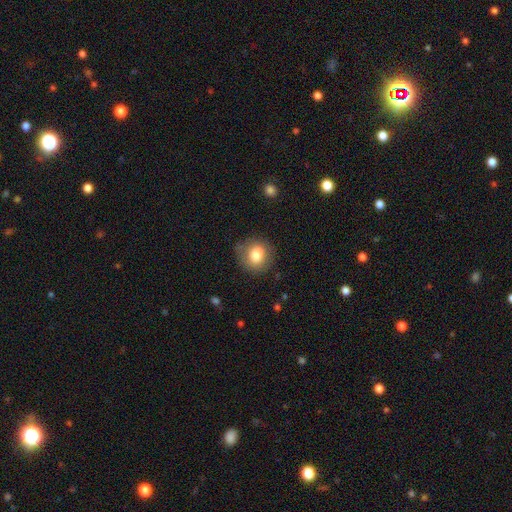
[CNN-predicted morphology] A smooth galaxy with no disk features (77%) that is round (73%).

Vote fractions:
- Smooth or featured? smooth: 77% / featured or disk: 13% / star or artifact: 9%
- How rounded? round: 73% / in between: 26% / cigar-shaped: 1%
- Merging? none: 69% / minor disturbance: 19% / major disturbance: 6% / merger: 5%